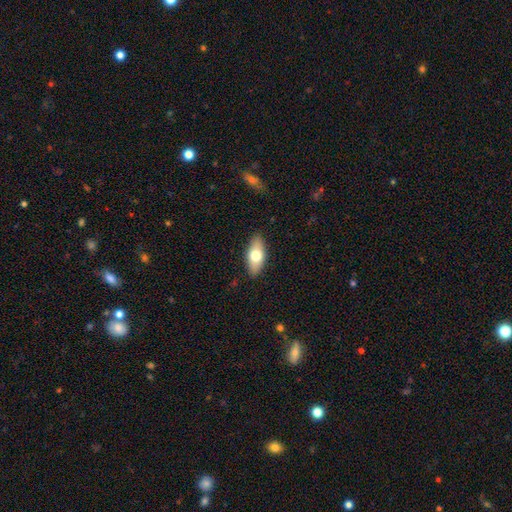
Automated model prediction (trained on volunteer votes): smooth-or-featured: smooth: 65% | featured or disk: 28% | star or artifact: 6%
  how-rounded: in between: 83% | cigar-shaped: 13% | round: 4%
  merging: none: 87% | minor disturbance: 10% | major disturbance: 2% | merger: 1%